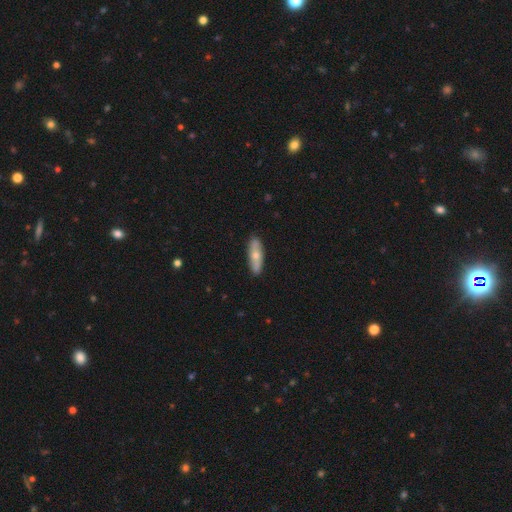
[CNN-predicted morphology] This appears to be a smooth galaxy with no disk features (62%) that is cigar-shaped (49%). Merging: none (88%).